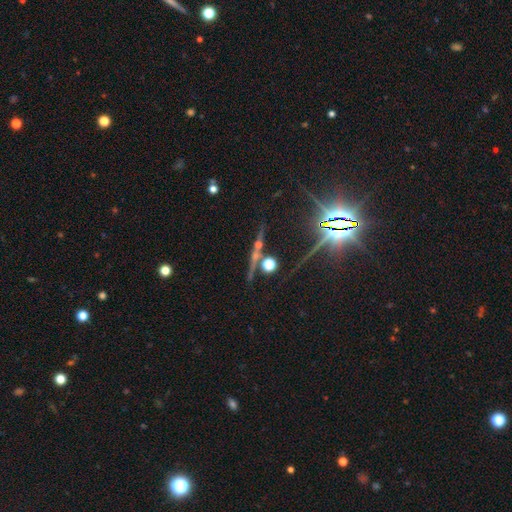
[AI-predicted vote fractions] This is possibly a star or artifact rather than a galaxy (53%).